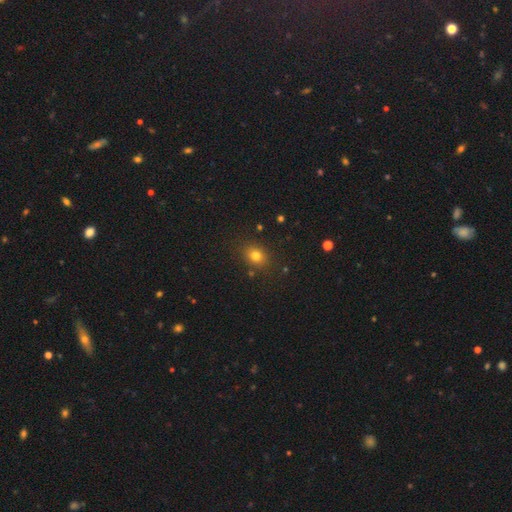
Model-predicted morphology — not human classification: smooth 78%, star or artifact 15%, featured or disk 7%. Down the decision tree: how rounded — round (57%); merging — none (85%).